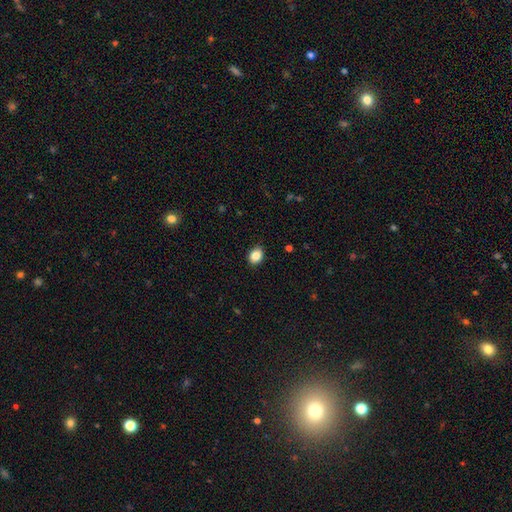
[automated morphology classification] A smooth galaxy with no disk features (86%) that is in between round and cigar-shaped (59%).

Vote fractions:
- Smooth or featured? smooth: 86% / star or artifact: 9% / featured or disk: 5%
- How rounded? in between: 59% / round: 40% / cigar-shaped: 1%
- Merging? none: 88% / minor disturbance: 9% / major disturbance: 2% / merger: 1%